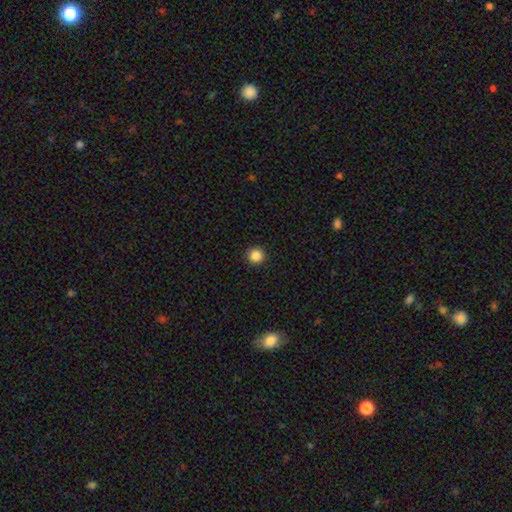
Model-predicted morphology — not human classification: This appears to be a smooth galaxy with no disk features (86%) that is round (96%). Merging: none (93%).